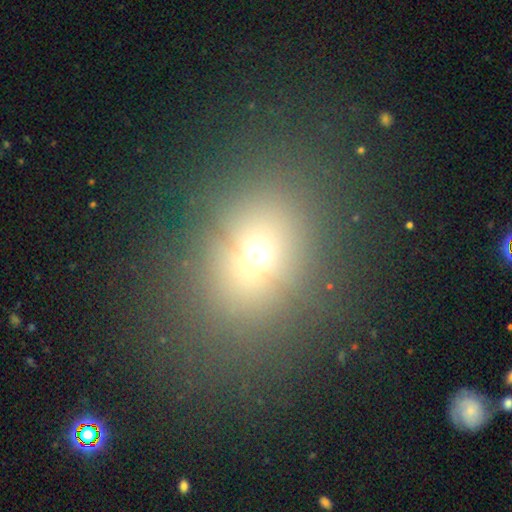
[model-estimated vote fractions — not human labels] smooth_or_featured: smooth (p=0.63) [alt: star or artifact p=0.23]
how_rounded: round (p=0.56) [alt: in between p=0.43]
merging: none (p=0.79) [alt: minor disturbance p=0.11]